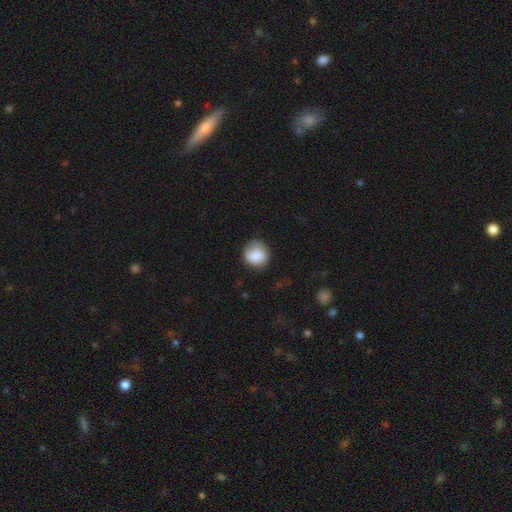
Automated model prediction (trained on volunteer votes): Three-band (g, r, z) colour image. It shows a smooth galaxy with no disk features (81%) that is round (83%). Merging: none (68%).